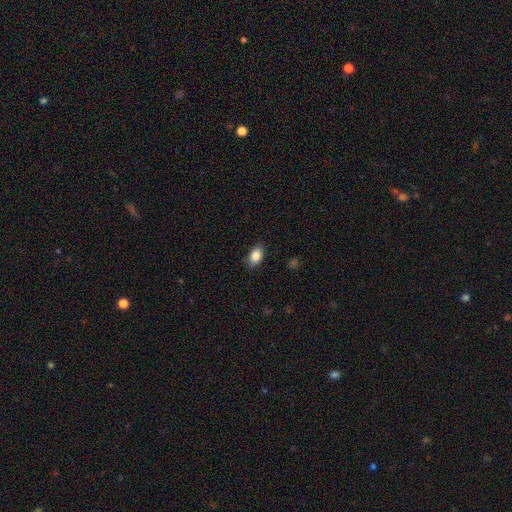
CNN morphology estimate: smooth-or-featured: smooth: 85% | star or artifact: 8% | featured or disk: 7%
  how-rounded: in between: 89% | round: 9% | cigar-shaped: 2%
  merging: none: 86% | minor disturbance: 11% | major disturbance: 2% | merger: 1%